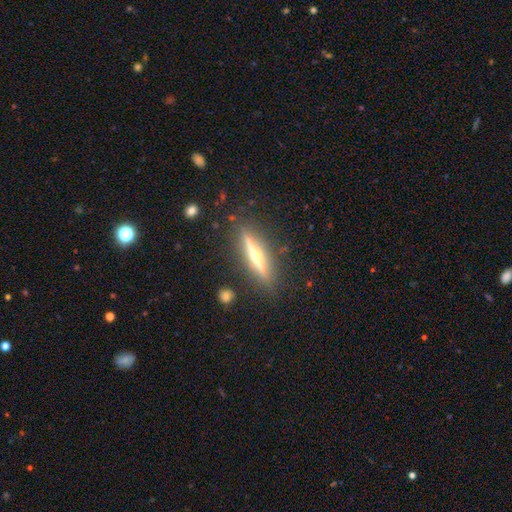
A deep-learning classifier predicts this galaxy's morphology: Overall: featured or disk (75%). Edge-on disk: yes (96%). Edge-on bulge: rounded (88%). Merging: none (88%).